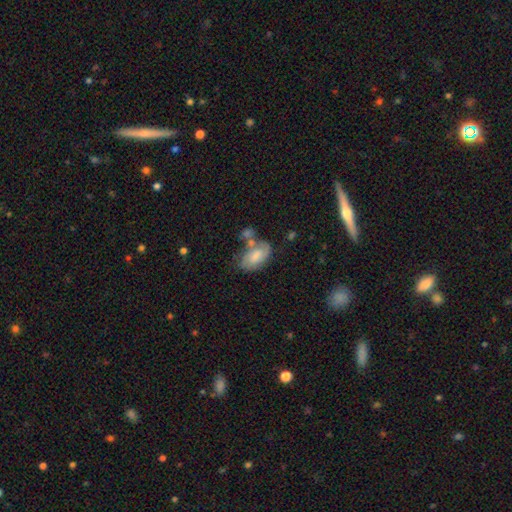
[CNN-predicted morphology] A smooth galaxy with no disk features (58%) that is in between round and cigar-shaped (92%). Merging: none (40%).